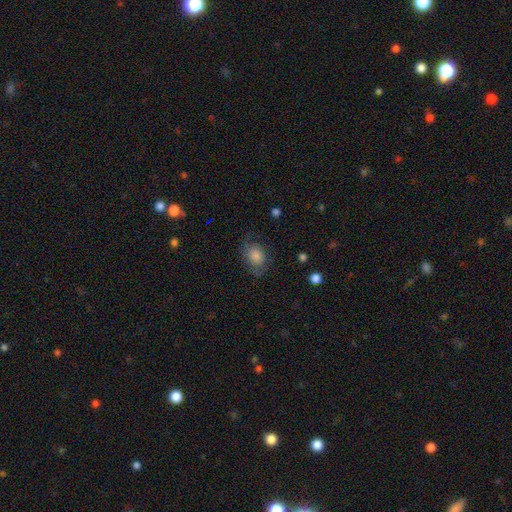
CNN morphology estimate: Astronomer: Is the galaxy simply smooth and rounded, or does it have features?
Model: smooth — 64%.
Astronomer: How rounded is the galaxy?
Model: in between — 56% (runner-up: round, 42%).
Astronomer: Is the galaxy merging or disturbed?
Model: none — 65%.